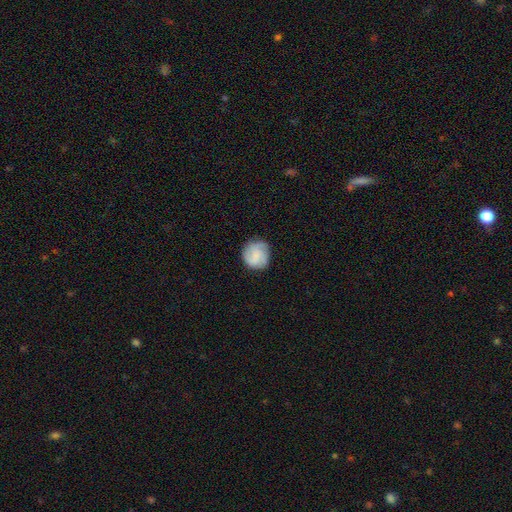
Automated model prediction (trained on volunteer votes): Smooth or featured? smooth (49%)
Merging? none (78%)